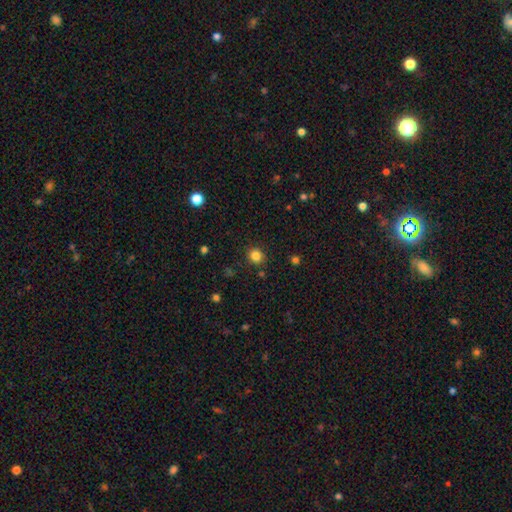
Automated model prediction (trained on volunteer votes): This appears to be a smooth galaxy with no disk features (83%) that is round (83%). Merging: none (88%).